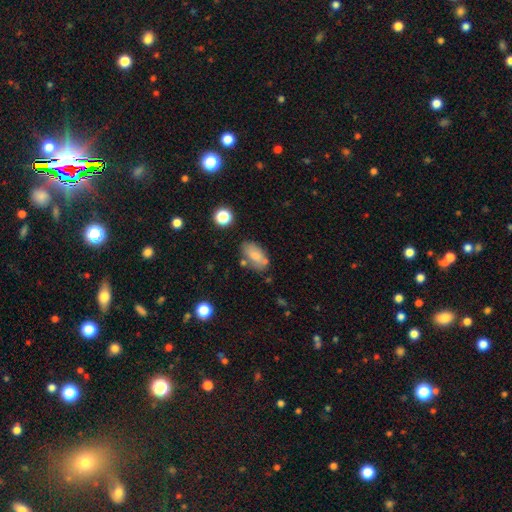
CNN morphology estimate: smooth-or-featured: smooth: 78% | featured or disk: 13% | star or artifact: 9%
  how-rounded: in between: 91% | round: 6% | cigar-shaped: 4%
  merging: none: 64% | minor disturbance: 20% | merger: 10% | major disturbance: 6%